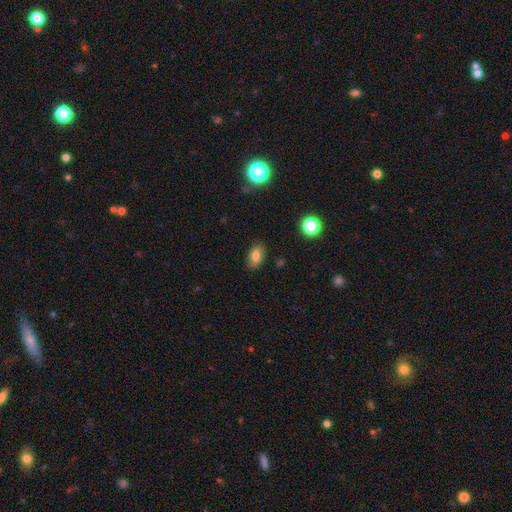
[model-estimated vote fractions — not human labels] Smooth or featured?
  - smooth: 79% *
  - featured or disk: 11%
  - star or artifact: 10%
How rounded?
  - in between: 88% *
  - round: 10%
  - cigar-shaped: 2%
Merging?
  - none: 83% *
  - minor disturbance: 12%
  - major disturbance: 3%
  - merger: 2%